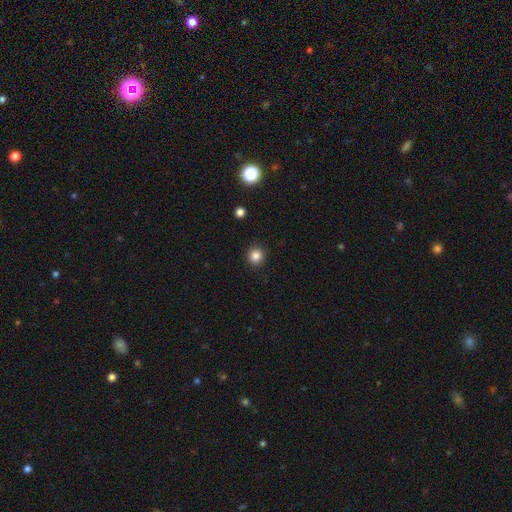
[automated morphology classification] smooth-or-featured: smooth: 83% | star or artifact: 12% | featured or disk: 4%
  how-rounded: round: 93% | in between: 6% | cigar-shaped: 1%
  merging: none: 92% | minor disturbance: 5% | major disturbance: 2% | merger: 1%